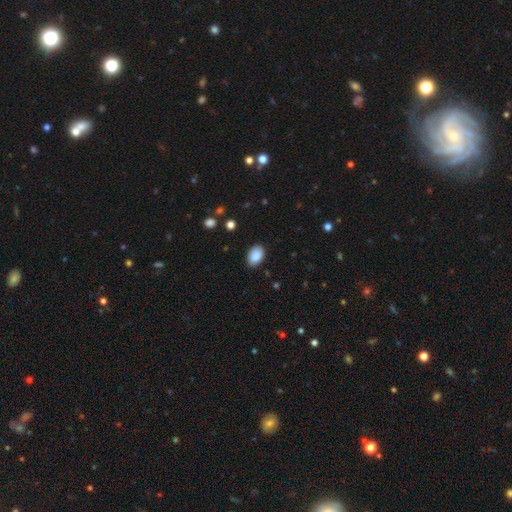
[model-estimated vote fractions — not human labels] smooth 90%, star or artifact 7%, featured or disk 3%. Down the decision tree: how rounded — in between (87%); merging — none (87%).